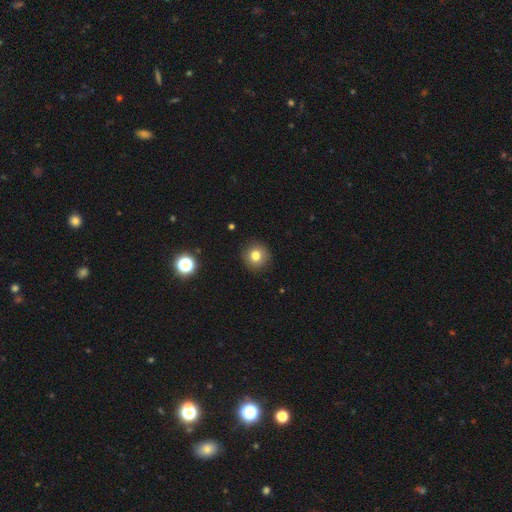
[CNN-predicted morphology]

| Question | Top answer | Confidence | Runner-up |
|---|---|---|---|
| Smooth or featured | smooth | 80% | star or artifact (12%) |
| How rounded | round | 94% | in between (5%) |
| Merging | none | 91% | minor disturbance (6%) |